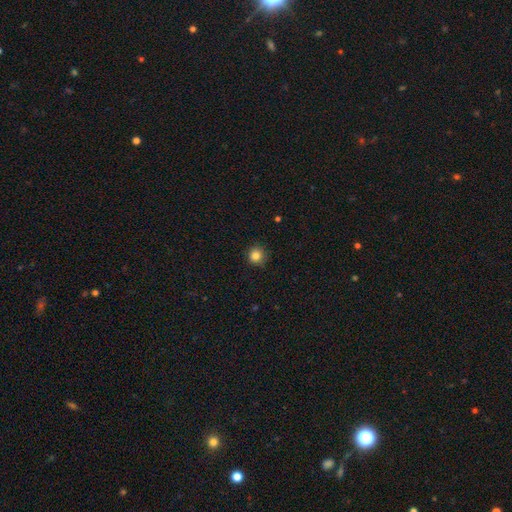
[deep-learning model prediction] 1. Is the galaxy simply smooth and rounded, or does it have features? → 85% smooth, 11% star or artifact, 4% featured or disk.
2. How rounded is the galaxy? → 92% round, 7% in between, 1% cigar-shaped.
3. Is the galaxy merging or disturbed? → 87% none, 10% minor disturbance, 2% major disturbance, 1% merger.